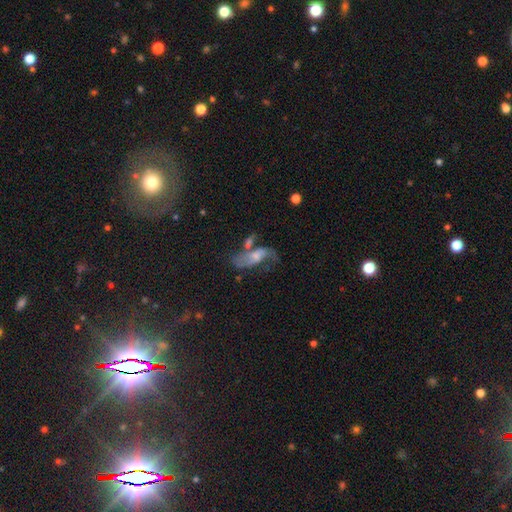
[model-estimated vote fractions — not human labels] Smooth or featured?
  - featured or disk: 62% *
  - smooth: 25%
  - star or artifact: 13%
Edge-on disk?
  - no: 90% *
  - yes: 10%
Bar?
  - no: 59% *
  - weak: 32%
  - strong: 9%
Spiral arms?
  - yes: 80% *
  - no: 20%
Bulge size?
  - moderate: 41% *
  - small: 39%
  - none: 11%
  - large: 7%
  - dominant: 2%
Merging?
  - none: 34% *
  - merger: 27%
  - major disturbance: 22%
  - minor disturbance: 18%